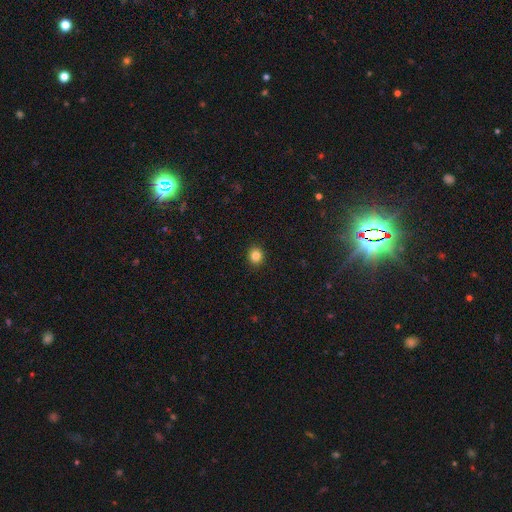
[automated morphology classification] Smooth or featured?
  - smooth: 83% *
  - star or artifact: 12%
  - featured or disk: 5%
How rounded?
  - round: 81% *
  - in between: 18%
  - cigar-shaped: 1%
Merging?
  - none: 92% *
  - minor disturbance: 6%
  - major disturbance: 2%
  - merger: 1%